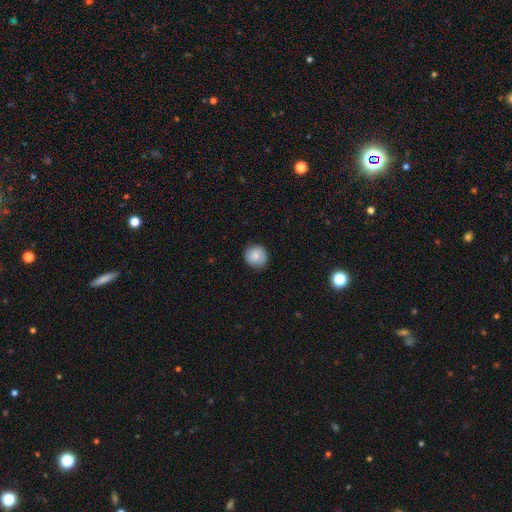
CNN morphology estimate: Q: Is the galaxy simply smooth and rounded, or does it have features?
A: smooth — 76%.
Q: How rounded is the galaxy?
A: round — 90%.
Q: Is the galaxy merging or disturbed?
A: none — 87%.